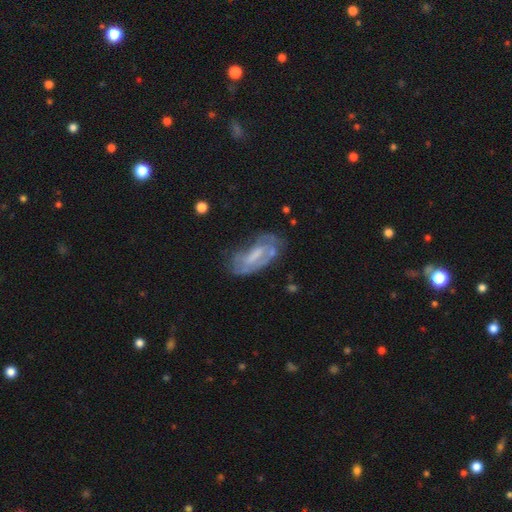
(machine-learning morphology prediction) Overall: featured or disk (62%; smooth 30%). Edge-on disk: no (90%). Bar: weak (39%; no 36%). Spiral arms: yes (57%; no 43%). Bulge size: none (38%; moderate 29%). Merging: none (53%; minor disturbance 26%).